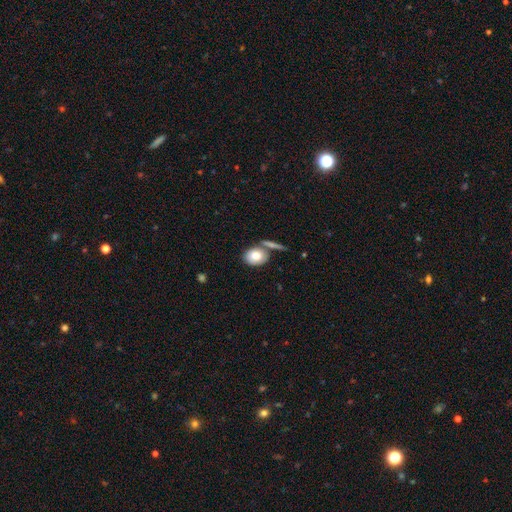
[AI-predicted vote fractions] Smooth or featured: smooth — 77% (featured or disk — 15%)
How rounded: in between — 58% (round — 40%)
Merging: none — 59% (merger — 22%)